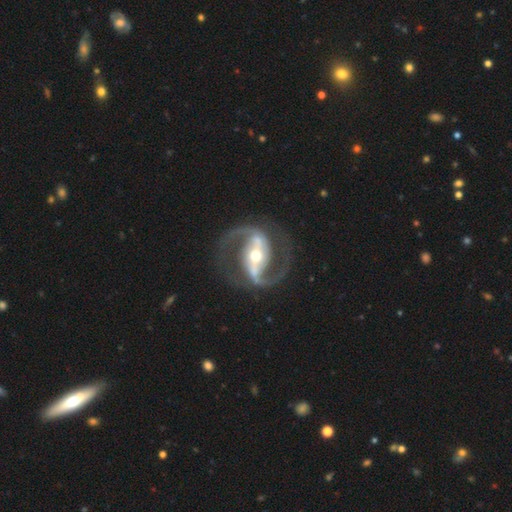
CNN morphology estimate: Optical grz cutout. It shows a featured or disk galaxy (93%) with a strong bar (62%), 2 (94%) medium (62%) spiral arms (98%) and a moderate central bulge (61%). Merging: none (83%).